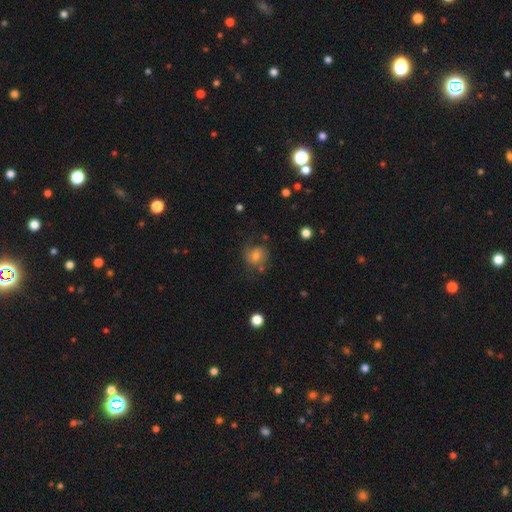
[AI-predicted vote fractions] smooth 56%, featured or disk 31%, star or artifact 13%. Down the decision tree: how rounded — round (78%); merging — none (63%).